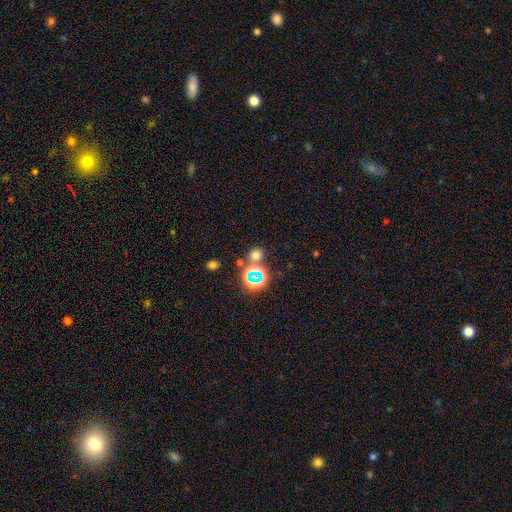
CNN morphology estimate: smooth_or_featured: smooth (p=0.62) [alt: star or artifact p=0.31]
how_rounded: round (p=0.86) [alt: in between p=0.13]
merging: none (p=0.72) [alt: merger p=0.18]